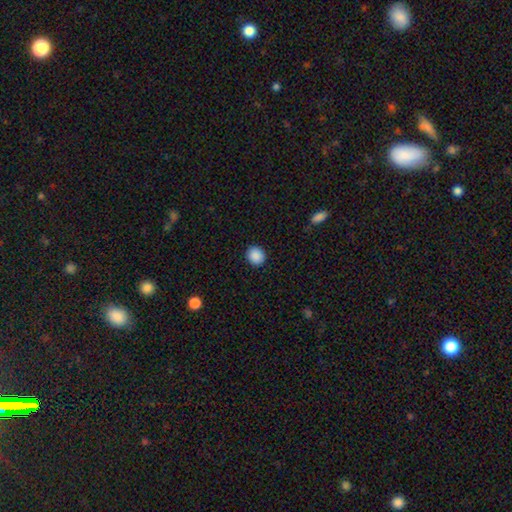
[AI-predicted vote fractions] A smooth galaxy with no disk features (89%) that is round (83%). Merging: none (91%).